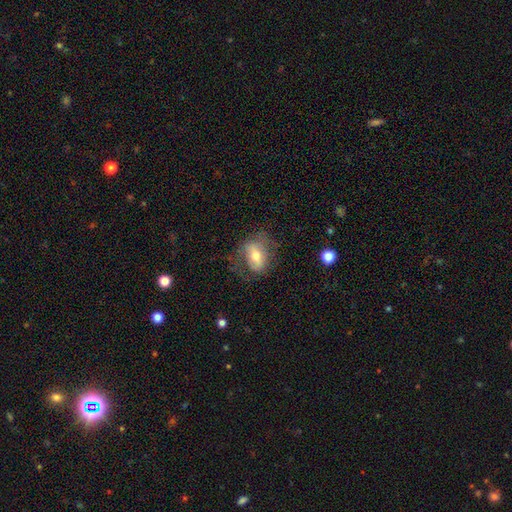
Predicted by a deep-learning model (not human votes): The model was most divided on "smooth or featured": smooth: 50%, featured or disk: 41%, star or artifact: 8%. More confident: how rounded — in between (79%); merging — none (55%).